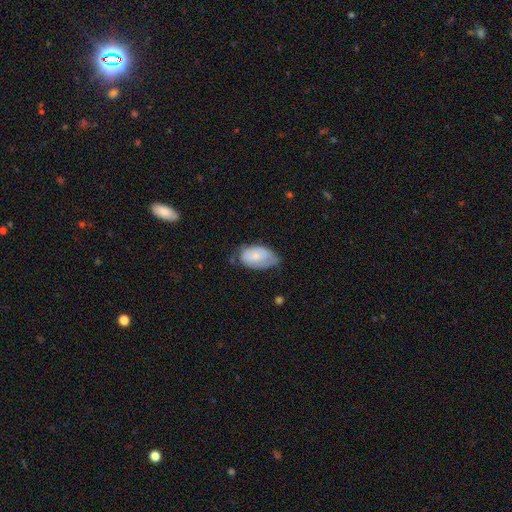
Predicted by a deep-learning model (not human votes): smooth_or_featured: smooth (p=0.69) [alt: featured or disk p=0.25]
how_rounded: in between (p=0.93) [alt: round p=0.05]
merging: none (p=0.46) [alt: minor disturbance p=0.40]